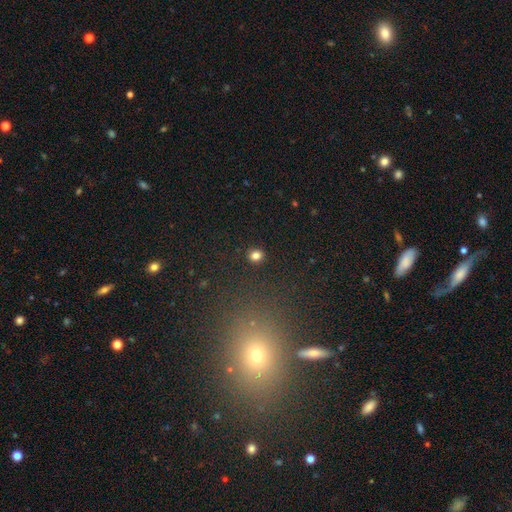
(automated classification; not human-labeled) A smooth galaxy with no disk features (82%) that is round (76%).

Vote fractions:
- Smooth or featured? smooth: 82% / star or artifact: 13% / featured or disk: 5%
- How rounded? round: 76% / in between: 23% / cigar-shaped: 1%
- Merging? none: 90% / minor disturbance: 6% / major disturbance: 2% / merger: 2%